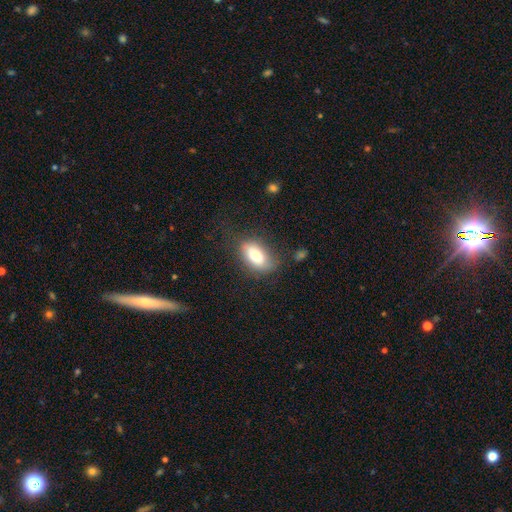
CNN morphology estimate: Smooth or featured? smooth (79%)
How rounded? in between (89%)
Merging? none (70%)